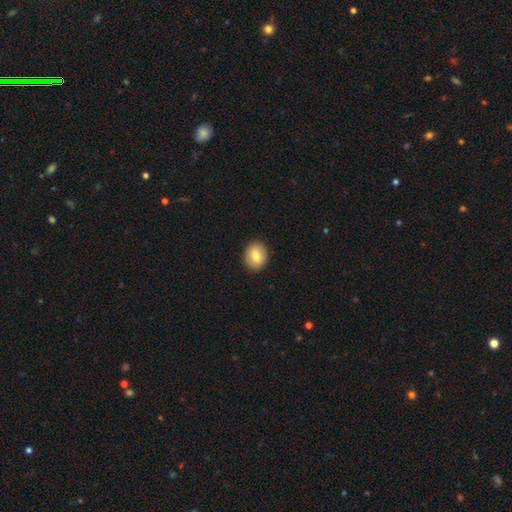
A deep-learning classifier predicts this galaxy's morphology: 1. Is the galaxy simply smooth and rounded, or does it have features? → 77% smooth, 15% featured or disk, 8% star or artifact.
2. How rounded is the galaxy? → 62% round, 37% in between, 1% cigar-shaped.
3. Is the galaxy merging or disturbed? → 90% none, 7% minor disturbance, 2% major disturbance, 1% merger.